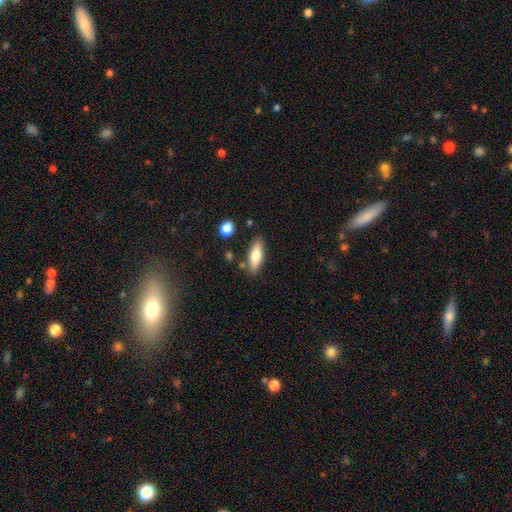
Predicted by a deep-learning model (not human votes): Q: Smooth or featured?
A: smooth (71%); runner-up: featured or disk (22%)
Q: How rounded?
A: in between (56%); runner-up: cigar-shaped (42%)
Q: Merging?
A: none (82%); runner-up: minor disturbance (11%)